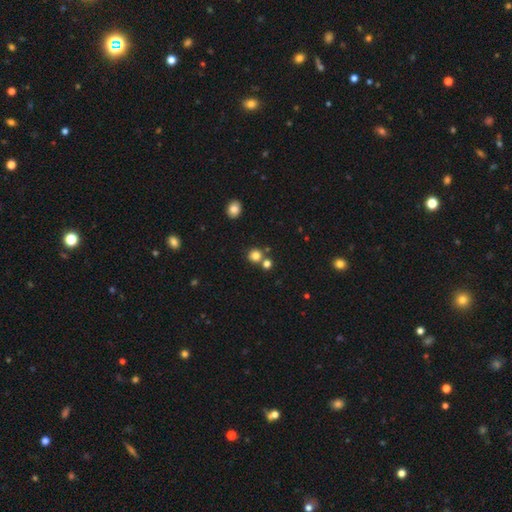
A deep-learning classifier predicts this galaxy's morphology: type=smooth (81%); roundness=round (89%); merging=none (69%).